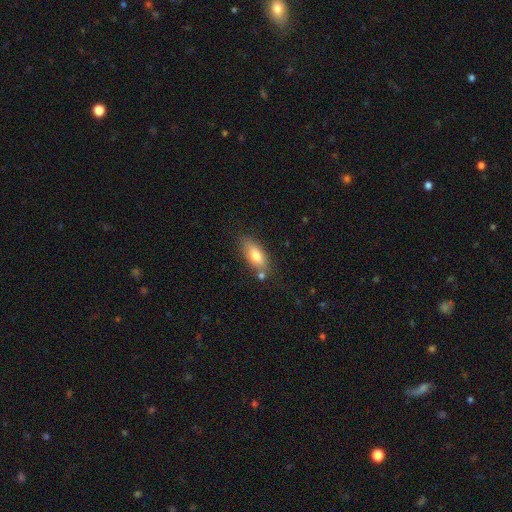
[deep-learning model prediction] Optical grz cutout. It shows a smooth galaxy with no disk features (77%) that is in between round and cigar-shaped (82%). Merging: none (70%).